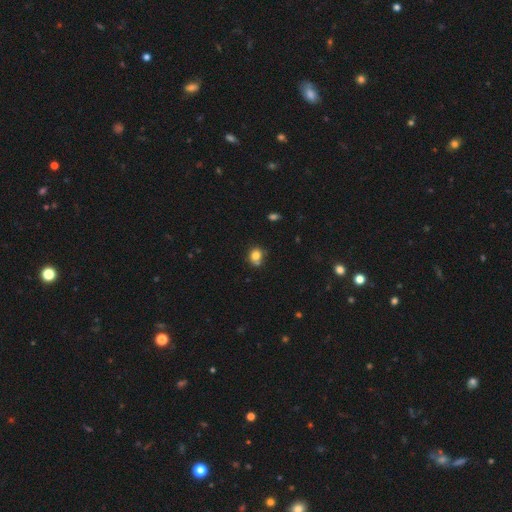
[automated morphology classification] A smooth galaxy with no disk features (80%) that is round (73%).

Vote fractions:
- Smooth or featured? smooth: 80% / star or artifact: 12% / featured or disk: 8%
- How rounded? round: 73% / in between: 26% / cigar-shaped: 1%
- Merging? none: 62% / minor disturbance: 18% / merger: 15% / major disturbance: 5%